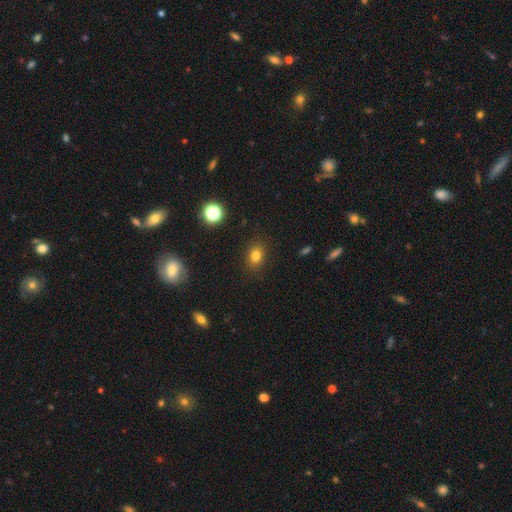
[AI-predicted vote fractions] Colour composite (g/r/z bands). It shows a smooth galaxy with no disk features (79%) that is in between round and cigar-shaped (57%). Merging: none (87%).